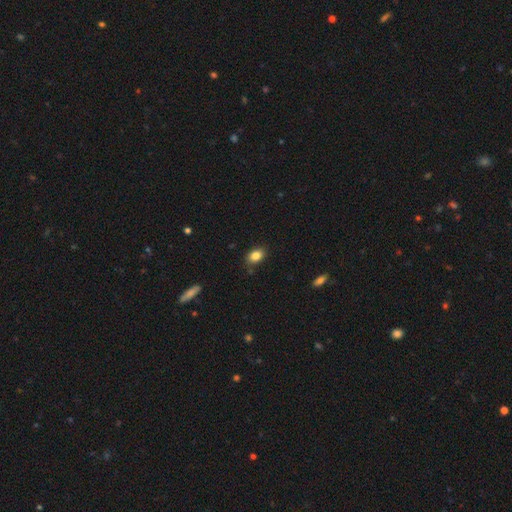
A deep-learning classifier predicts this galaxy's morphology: smooth_or_featured: smooth (p=0.84) [alt: star or artifact p=0.09]
how_rounded: in between (p=0.78) [alt: round p=0.20]
merging: none (p=0.83) [alt: minor disturbance p=0.13]